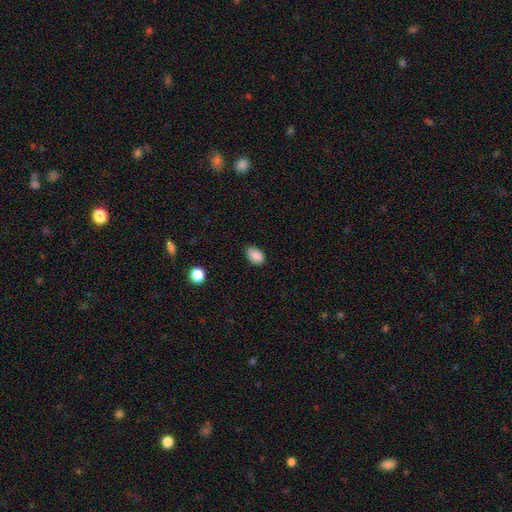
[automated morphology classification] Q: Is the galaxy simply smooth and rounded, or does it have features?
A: smooth — 88%.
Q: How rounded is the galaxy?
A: in between — 86%.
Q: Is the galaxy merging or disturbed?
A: none — 76%.